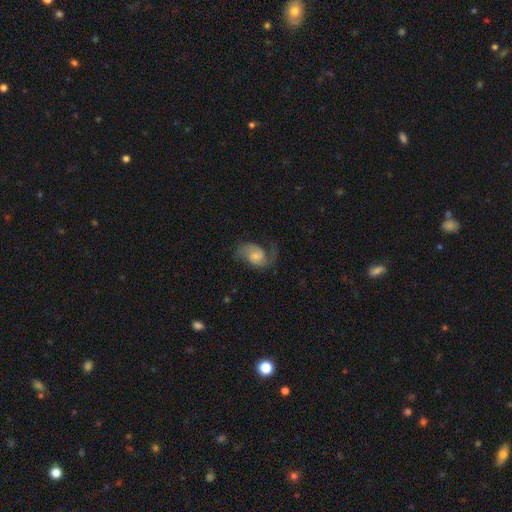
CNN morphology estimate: This is likely a featured or disk galaxy (77%). It is clearly not viewed edge-on (98%). Bar: possibly no (57%). Spiral arm pattern: clearly yes (95%). Spiral arm count: clearly 2 (85%). Spiral winding: possibly medium (47%). Central bulge: marginally small (42%). Merging: likely none (61%).